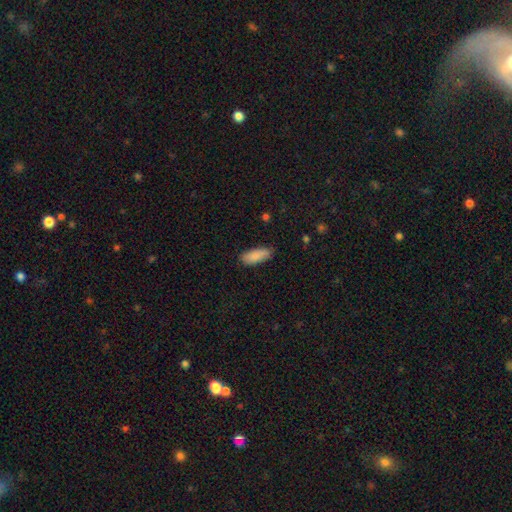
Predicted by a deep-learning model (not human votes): This appears to be a smooth galaxy with no disk features (88%) that is in between round and cigar-shaped (74%). Merging: none (82%).